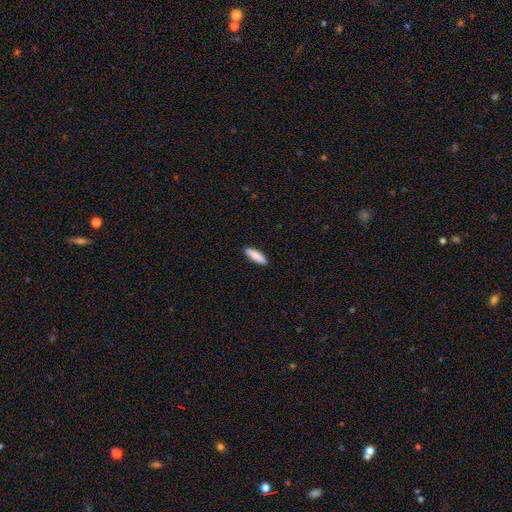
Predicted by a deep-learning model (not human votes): A smooth galaxy with no disk features (86%) that is cigar-shaped (64%). Merging: none (90%).